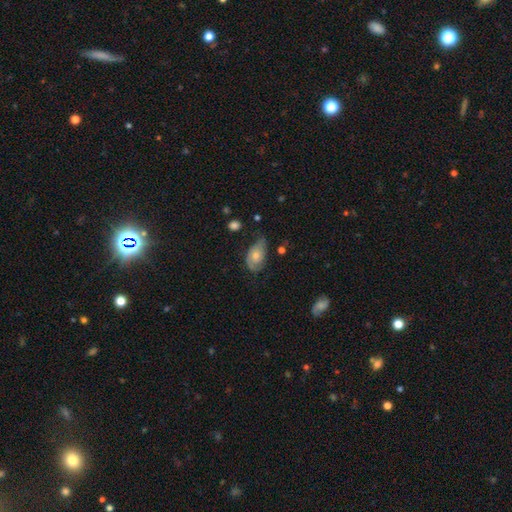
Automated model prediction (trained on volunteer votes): Q: Smooth or featured?
A: smooth (49%); runner-up: featured or disk (44%)
Q: Merging?
A: none (41%); runner-up: minor disturbance (39%)